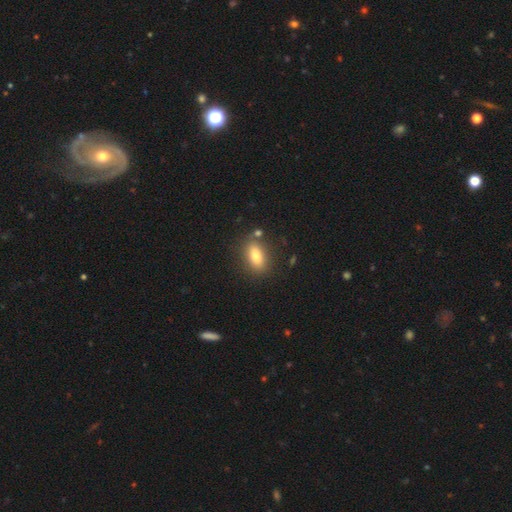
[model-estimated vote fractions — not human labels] Overall: smooth (80%). How rounded: in between (85%). Merging: none (80%).